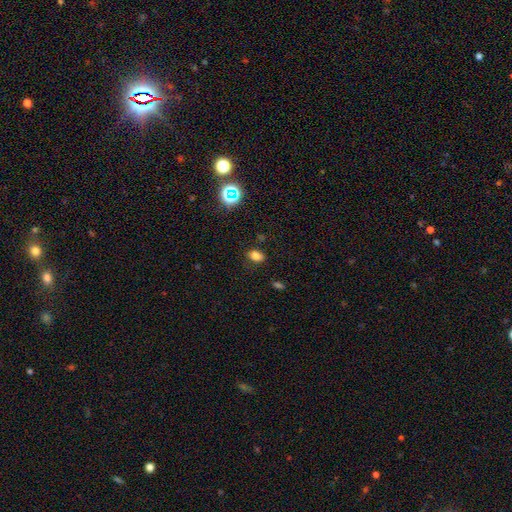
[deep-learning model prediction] smooth_or_featured: smooth (p=0.77) [alt: star or artifact p=0.16]
how_rounded: in between (p=0.76) [alt: round p=0.22]
merging: none (p=0.80) [alt: minor disturbance p=0.14]